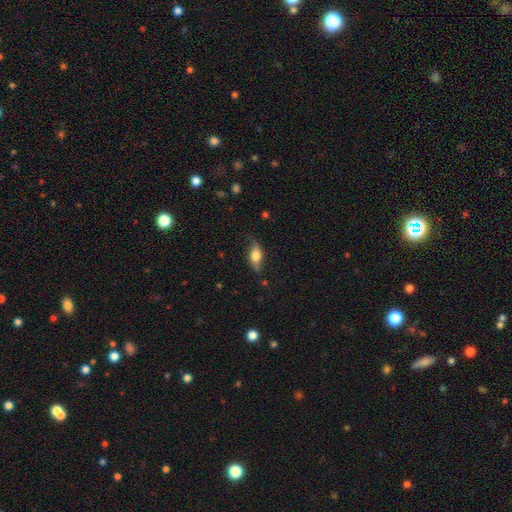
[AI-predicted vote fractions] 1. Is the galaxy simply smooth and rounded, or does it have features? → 46% smooth (tied), 46% featured or disk (tied), 7% star or artifact.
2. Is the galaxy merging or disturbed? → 71% none, 21% minor disturbance, 6% major disturbance, 2% merger.